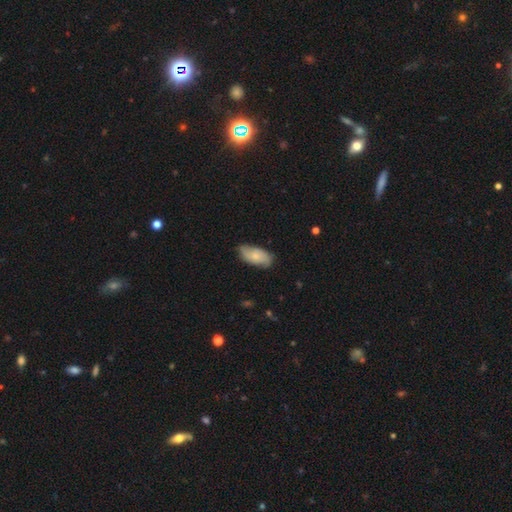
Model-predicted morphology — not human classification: A smooth galaxy with no disk features (65%) that is in between round and cigar-shaped (92%).

Vote fractions:
- Smooth or featured? smooth: 65% / featured or disk: 28% / star or artifact: 6%
- How rounded? in between: 92% / cigar-shaped: 6% / round: 3%
- Merging? none: 74% / minor disturbance: 22% / major disturbance: 4% / merger: 1%